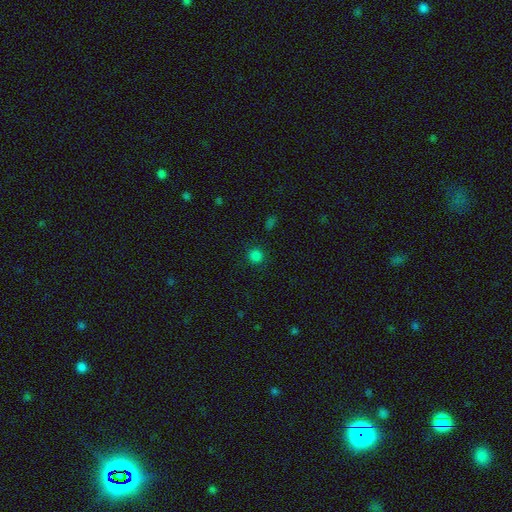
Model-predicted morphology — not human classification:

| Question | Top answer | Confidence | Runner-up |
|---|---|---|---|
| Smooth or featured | smooth | 81% | star or artifact (16%) |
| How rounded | round | 92% | in between (7%) |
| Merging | none | 89% | minor disturbance (7%) |